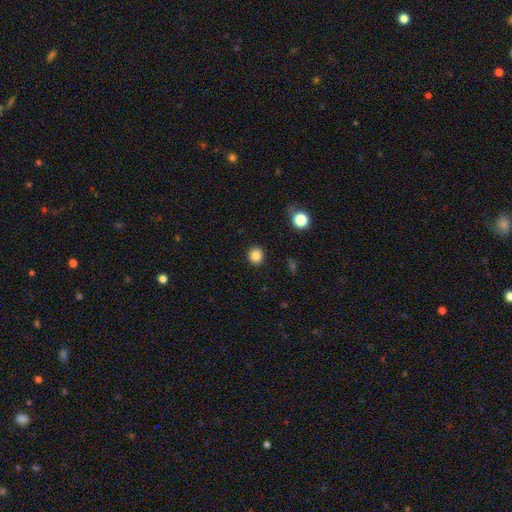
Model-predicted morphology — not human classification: A smooth galaxy with no disk features (84%) that is round (89%).

Vote fractions:
- Smooth or featured? smooth: 84% / star or artifact: 11% / featured or disk: 5%
- How rounded? round: 89% / in between: 10% / cigar-shaped: 1%
- Merging? none: 90% / minor disturbance: 6% / major disturbance: 2% / merger: 1%